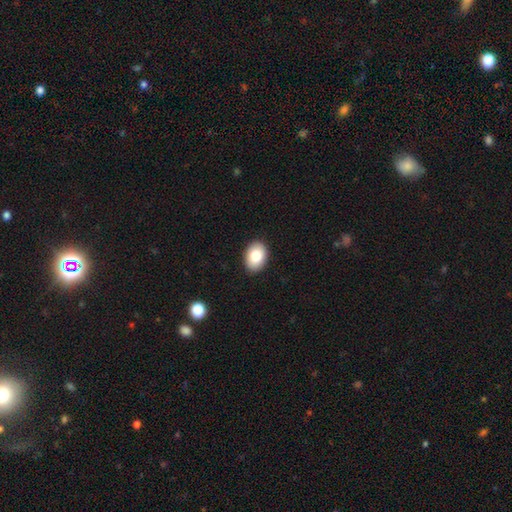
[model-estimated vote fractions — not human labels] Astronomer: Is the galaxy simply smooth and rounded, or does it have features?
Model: smooth — 84%.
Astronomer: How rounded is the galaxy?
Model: in between — 79%.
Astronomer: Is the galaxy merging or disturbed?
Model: none — 91%.